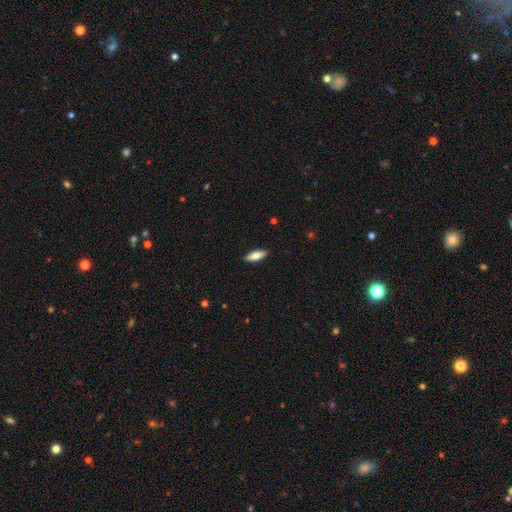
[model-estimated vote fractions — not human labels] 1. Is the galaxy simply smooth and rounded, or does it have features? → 71% smooth, 23% featured or disk, 6% star or artifact.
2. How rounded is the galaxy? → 55% in between, 42% cigar-shaped, 2% round.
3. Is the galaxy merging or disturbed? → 90% none, 7% minor disturbance, 2% major disturbance, 1% merger.